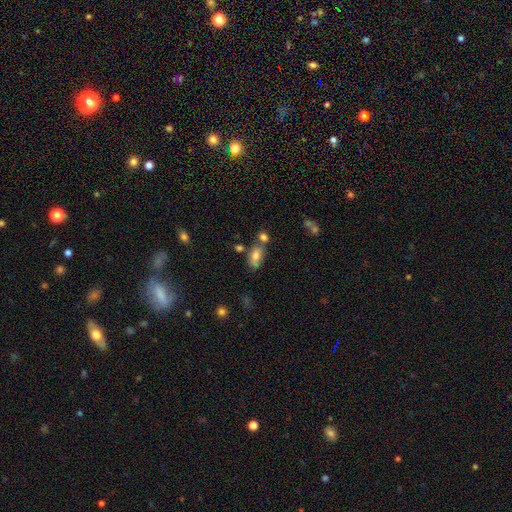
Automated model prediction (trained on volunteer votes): Smooth or featured: smooth — 75% (featured or disk — 16%)
How rounded: in between — 86% (cigar-shaped — 9%)
Merging: none — 56% (merger — 22%)